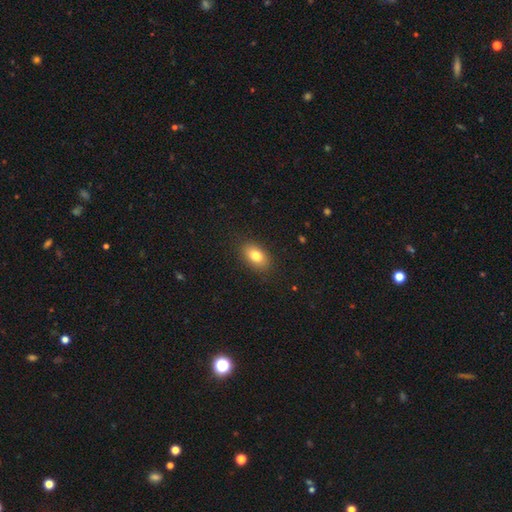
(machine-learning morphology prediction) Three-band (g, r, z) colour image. It shows a smooth galaxy with no disk features (81%) that is in between round and cigar-shaped (87%). Merging: none (86%).